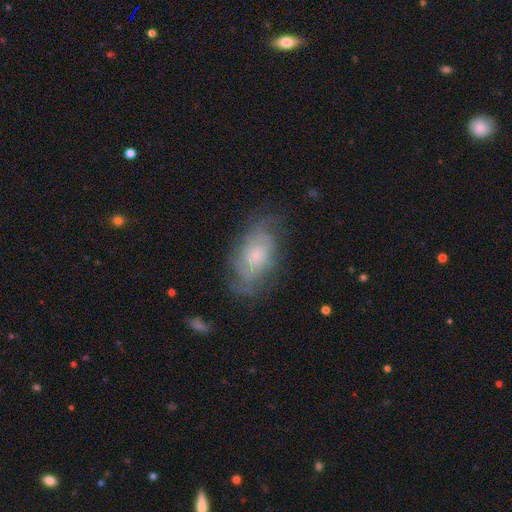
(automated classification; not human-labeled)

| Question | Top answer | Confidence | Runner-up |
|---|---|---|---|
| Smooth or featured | featured or disk | 62% | smooth (31%) |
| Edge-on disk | no | 94% | yes (6%) |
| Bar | no | 76% | weak (21%) |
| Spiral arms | yes | 82% | no (18%) |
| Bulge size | small | 43% | moderate (37%) |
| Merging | none | 66% | minor disturbance (22%) |